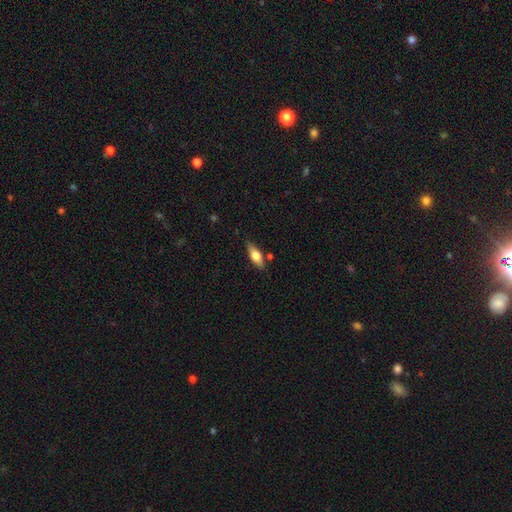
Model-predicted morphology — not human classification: Q: Smooth or featured?
A: smooth (61%); runner-up: featured or disk (33%)
Q: How rounded?
A: in between (67%); runner-up: cigar-shaped (30%)
Q: Merging?
A: none (79%); runner-up: minor disturbance (14%)